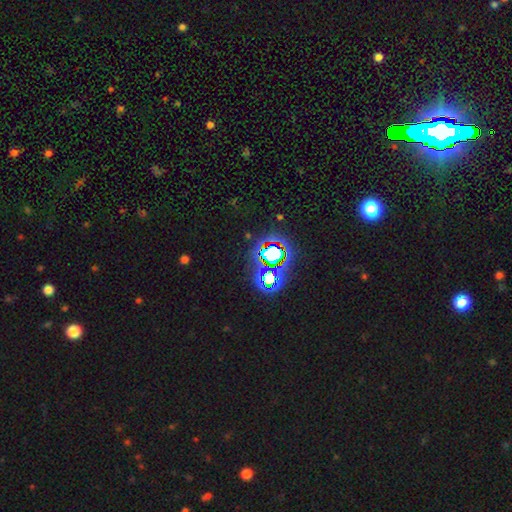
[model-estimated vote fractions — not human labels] smooth-or-featured: star or artifact: 79% | smooth: 13% | featured or disk: 8%